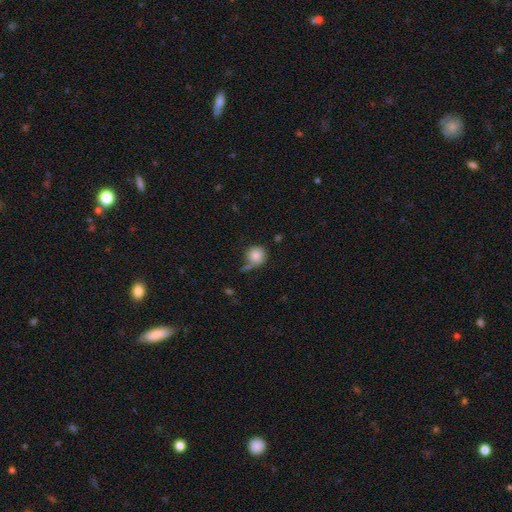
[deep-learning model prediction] Q: Smooth or featured?
A: smooth (83%); runner-up: featured or disk (9%)
Q: How rounded?
A: round (90%); runner-up: in between (9%)
Q: Merging?
A: none (50%); runner-up: minor disturbance (22%)